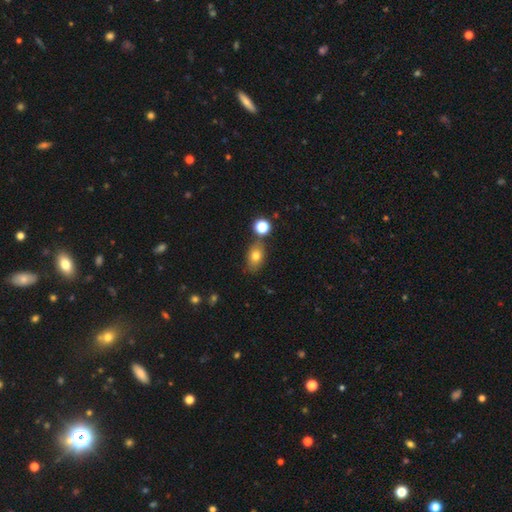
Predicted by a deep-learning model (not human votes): A smooth galaxy with no disk features (76%) that is in between round and cigar-shaped (77%).

Vote fractions:
- Smooth or featured? smooth: 76% / featured or disk: 12% / star or artifact: 12%
- How rounded? in between: 77% / round: 21% / cigar-shaped: 2%
- Merging? none: 72% / minor disturbance: 14% / merger: 10% / major disturbance: 4%